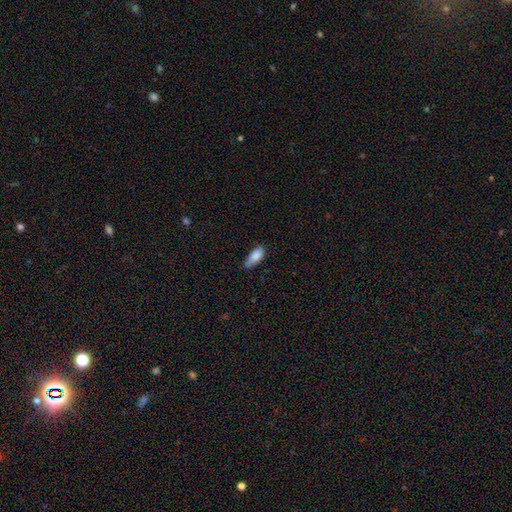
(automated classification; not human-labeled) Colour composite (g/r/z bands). It shows a smooth galaxy with no disk features (85%) that is in between round and cigar-shaped (83%). Merging: none (52%).